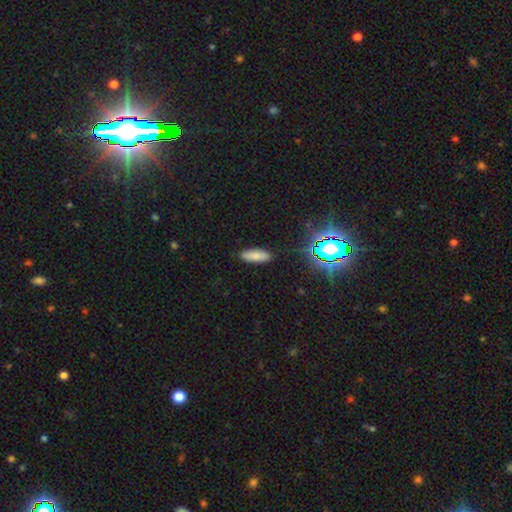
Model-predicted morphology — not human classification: The model was most divided on "how rounded": in between: 65%, cigar-shaped: 33%, round: 2%. More confident: merging — none (88%); smooth or featured — smooth (78%).